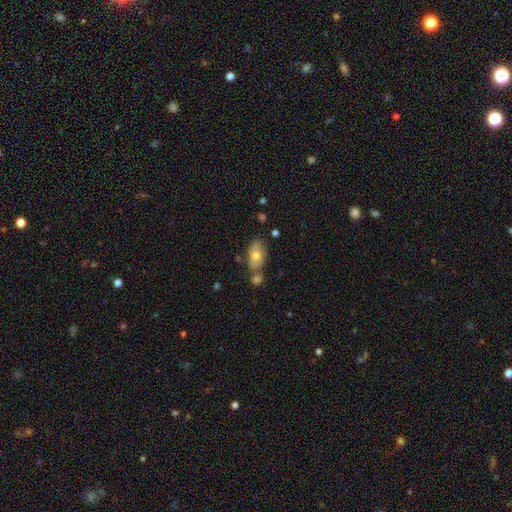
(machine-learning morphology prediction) Overall: smooth (65%; featured or disk 26%). How rounded: in between (89%). Merging: none (58%; merger 21%).